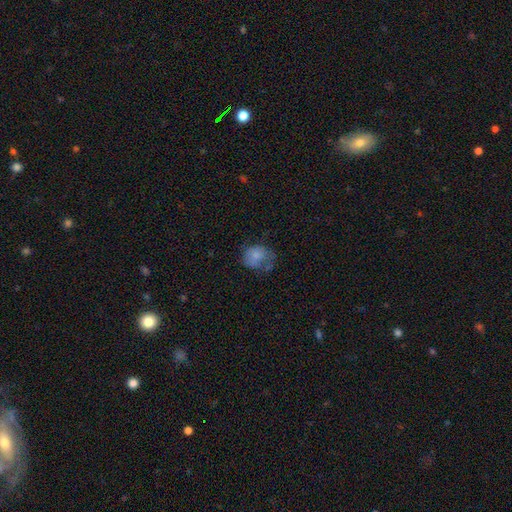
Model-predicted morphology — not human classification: smooth 72%, featured or disk 18%, star or artifact 9%. Down the decision tree: how rounded — round (57%); merging — none (39%).